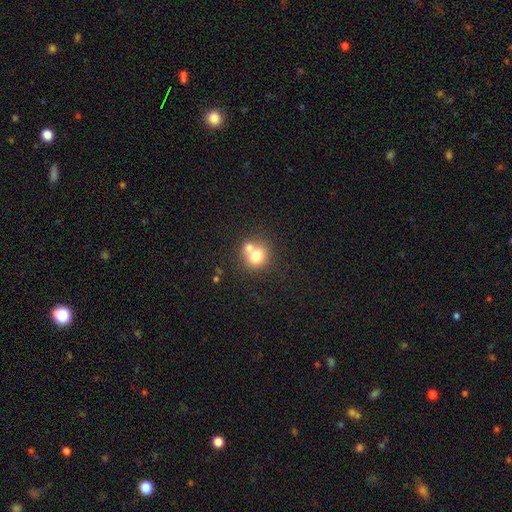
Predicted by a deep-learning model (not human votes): smooth 73%, featured or disk 16%, star or artifact 11%. Down the decision tree: how rounded — round (81%); merging — none (44%, tied with merger).